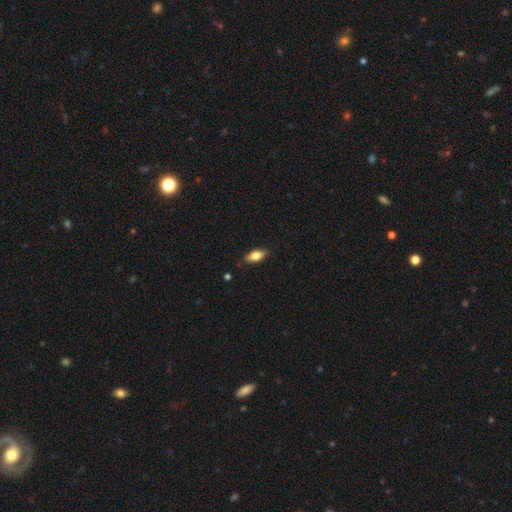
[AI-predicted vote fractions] The model was most divided on "smooth or featured": smooth: 75%, featured or disk: 19%, star or artifact: 7%. More confident: merging — none (85%); how rounded — in between (83%).